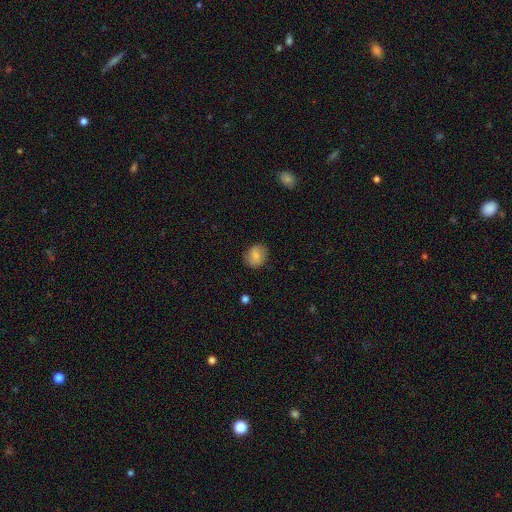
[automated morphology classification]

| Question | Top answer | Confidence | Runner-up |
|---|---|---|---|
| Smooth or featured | smooth | 74% | featured or disk (17%) |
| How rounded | round | 65% | in between (34%) |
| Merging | none | 80% | minor disturbance (15%) |